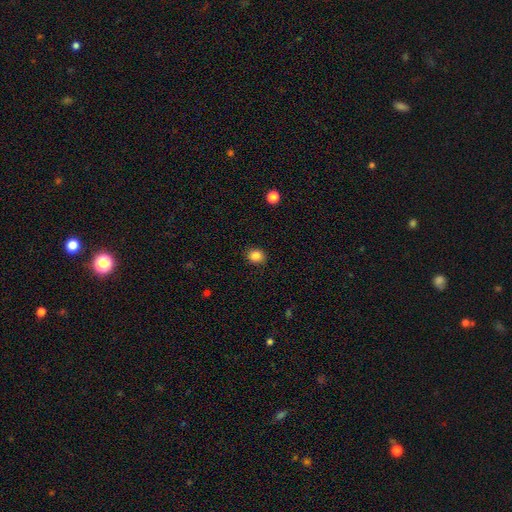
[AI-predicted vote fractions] Smooth or featured?
  - smooth: 86% *
  - star or artifact: 10%
  - featured or disk: 4%
How rounded?
  - round: 60% *
  - in between: 39%
  - cigar-shaped: 1%
Merging?
  - none: 88% *
  - minor disturbance: 8%
  - major disturbance: 2%
  - merger: 1%